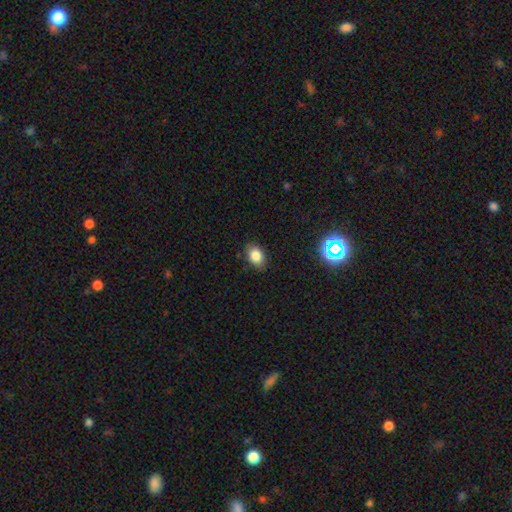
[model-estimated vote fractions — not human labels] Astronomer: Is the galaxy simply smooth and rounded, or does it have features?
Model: smooth — 83%.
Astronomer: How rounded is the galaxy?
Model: in between — 80%.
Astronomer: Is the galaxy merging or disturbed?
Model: none — 85%.